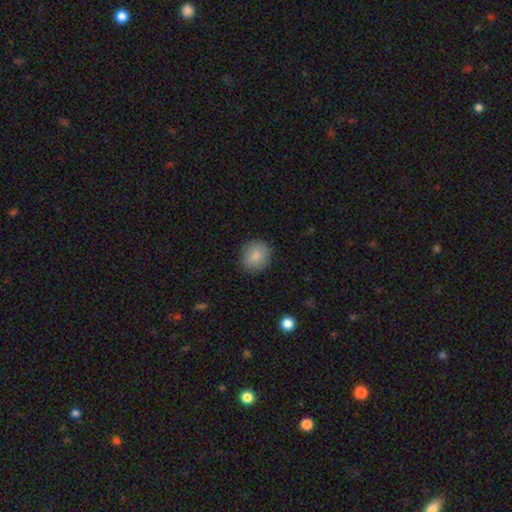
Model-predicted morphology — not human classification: A smooth galaxy with no disk features (86%) that is round (84%). Merging: none (88%).